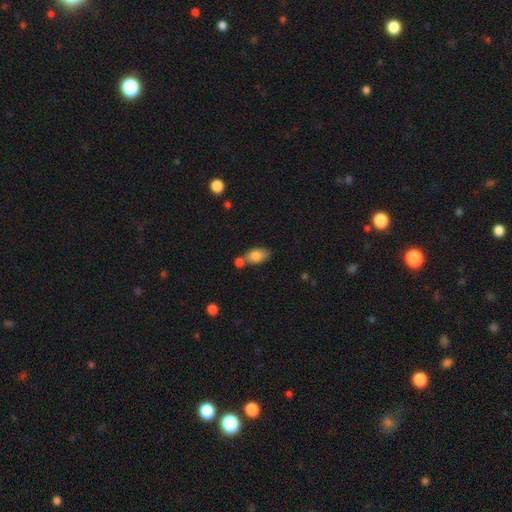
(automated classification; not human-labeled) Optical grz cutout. It shows a smooth galaxy with no disk features (81%) that is in between round and cigar-shaped (90%). Merging: none (52%).